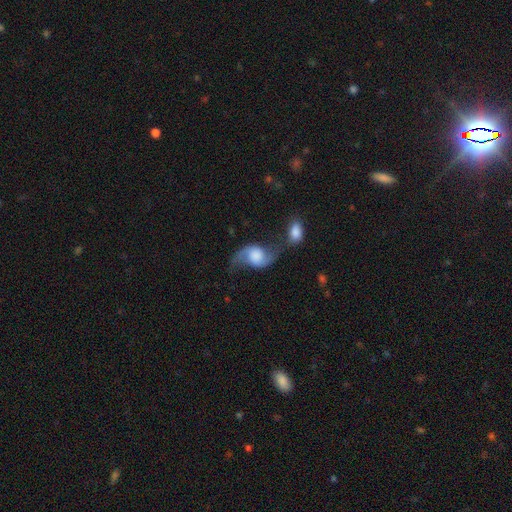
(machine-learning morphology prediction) Smooth or featured? Predicted: featured or disk (p=0.77). Edge-on disk? Predicted: no (p=0.97). Bar? Predicted: no (p=0.67). Spiral arms? Predicted: yes (p=0.94). Spiral winding? Predicted: loose (p=0.80). Spiral arm count? Predicted: 2 (p=0.92). Bulge size? Predicted: large (p=0.38). Merging? Predicted: none (p=0.40).